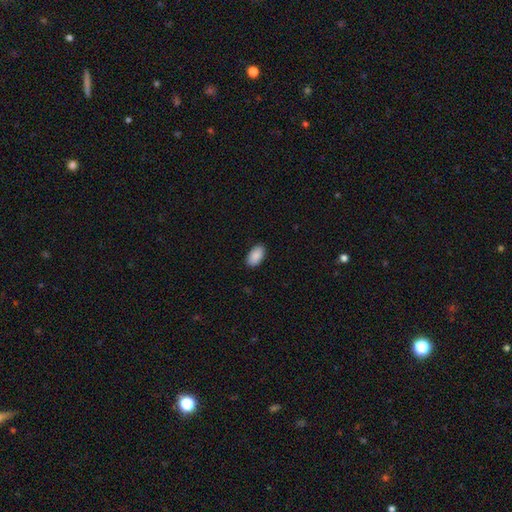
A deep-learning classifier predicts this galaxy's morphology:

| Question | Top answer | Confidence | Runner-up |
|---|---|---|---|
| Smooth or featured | smooth | 90% | star or artifact (6%) |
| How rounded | in between | 94% | round (4%) |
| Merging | none | 89% | minor disturbance (8%) |